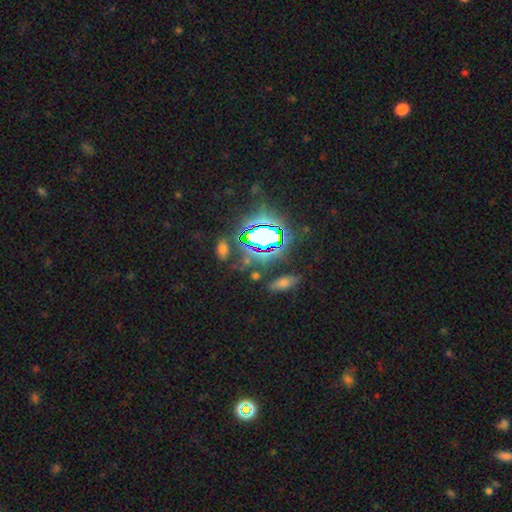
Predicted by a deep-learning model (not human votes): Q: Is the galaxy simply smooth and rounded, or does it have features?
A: star or artifact — 63%.